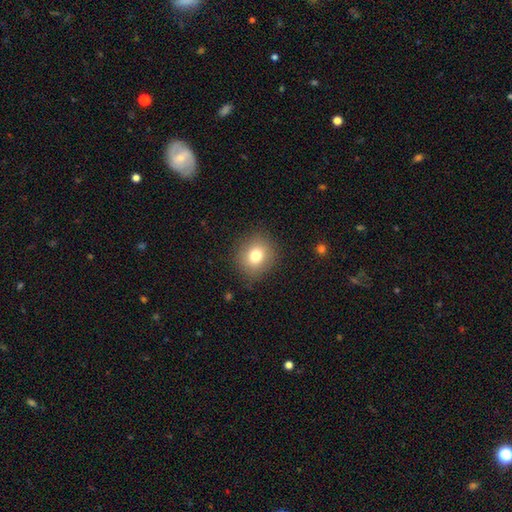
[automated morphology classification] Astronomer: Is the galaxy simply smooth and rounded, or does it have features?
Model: smooth — 77%.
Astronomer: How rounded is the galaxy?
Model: round — 82%.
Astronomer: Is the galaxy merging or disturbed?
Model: none — 86%.